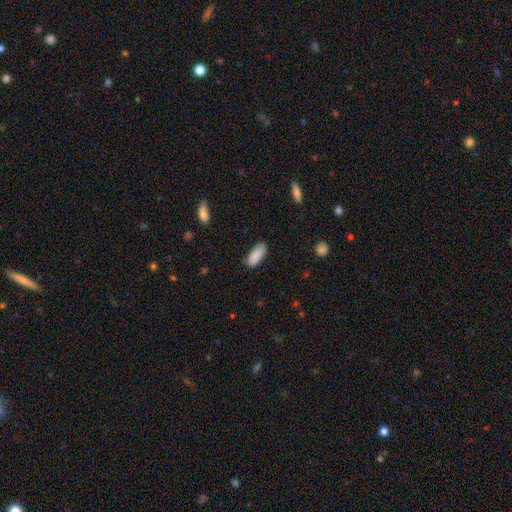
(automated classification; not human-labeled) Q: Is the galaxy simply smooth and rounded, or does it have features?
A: smooth — 89%.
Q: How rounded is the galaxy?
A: in between — 86%.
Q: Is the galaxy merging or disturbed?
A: none — 78%.